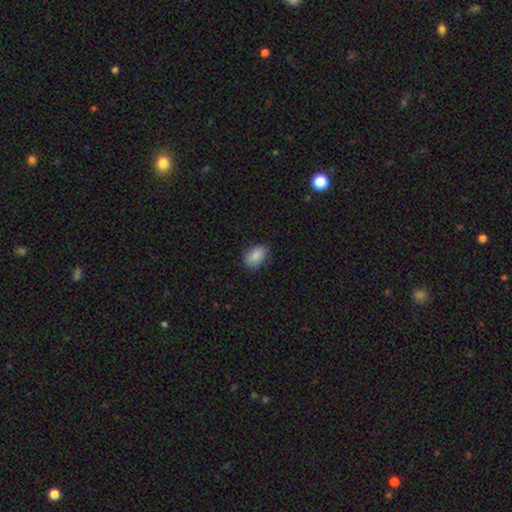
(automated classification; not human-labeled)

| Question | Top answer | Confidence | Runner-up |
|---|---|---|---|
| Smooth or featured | smooth | 88% | star or artifact (7%) |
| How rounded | in between | 87% | round (12%) |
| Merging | none | 77% | minor disturbance (18%) |